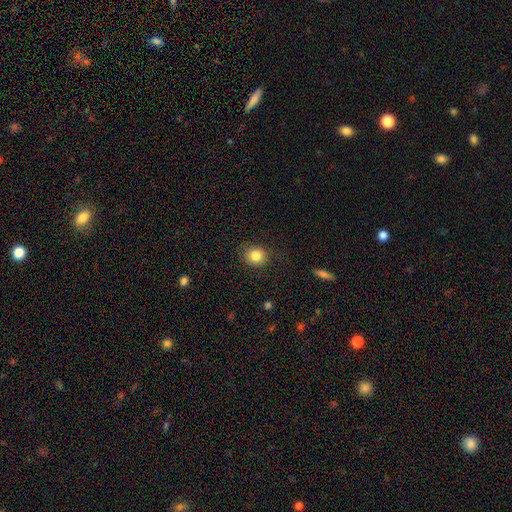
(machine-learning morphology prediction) type=smooth (84%); roundness=round (77%); merging=none (83%).